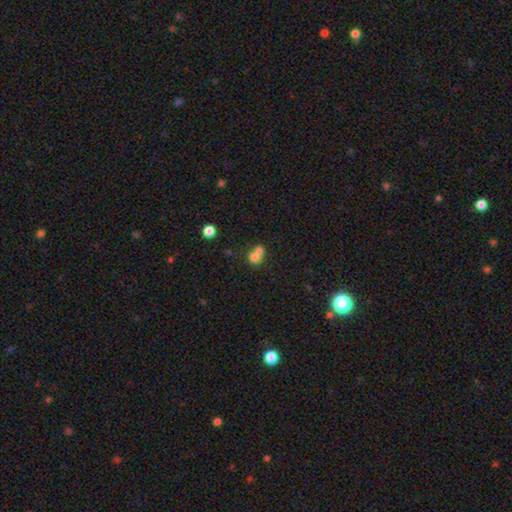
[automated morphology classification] smooth_or_featured: smooth (p=0.72) [alt: featured or disk p=0.16]
how_rounded: round (p=0.71) [alt: in between p=0.27]
merging: merger (p=0.64) [alt: none p=0.26]